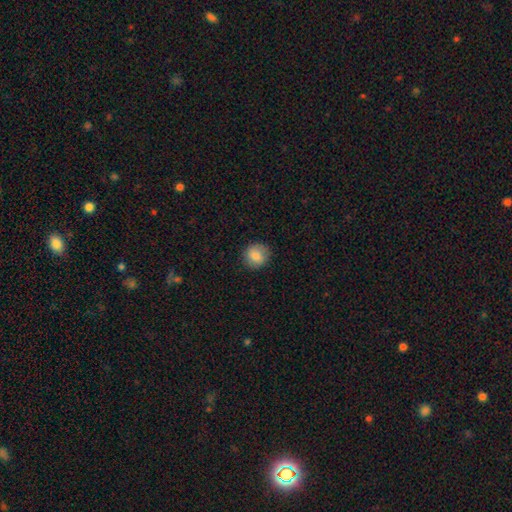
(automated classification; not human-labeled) smooth 83%, featured or disk 9%, star or artifact 9%. Down the decision tree: how rounded — round (87%); merging — none (86%).